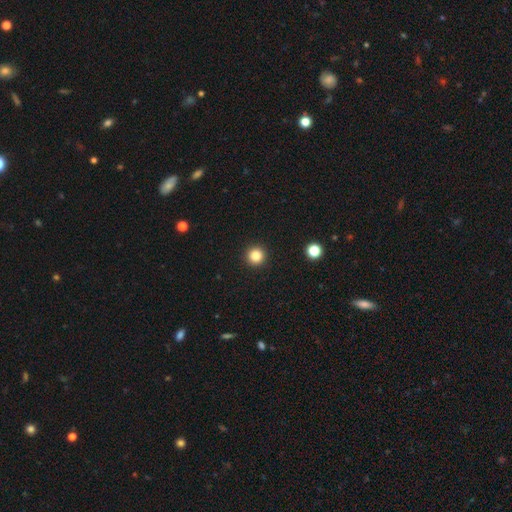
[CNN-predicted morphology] This is clearly a smooth galaxy (84%). How rounded: clearly round (96%). Merging: clearly none (94%).